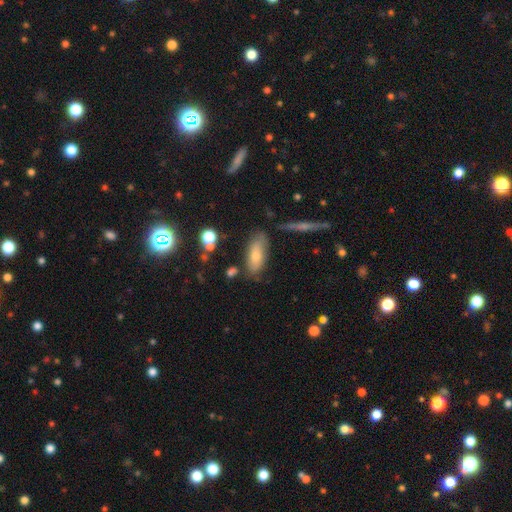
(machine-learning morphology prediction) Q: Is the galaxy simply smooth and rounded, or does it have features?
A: smooth — 62%.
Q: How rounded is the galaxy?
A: in between — 73%.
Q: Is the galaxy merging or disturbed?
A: none — 71%.